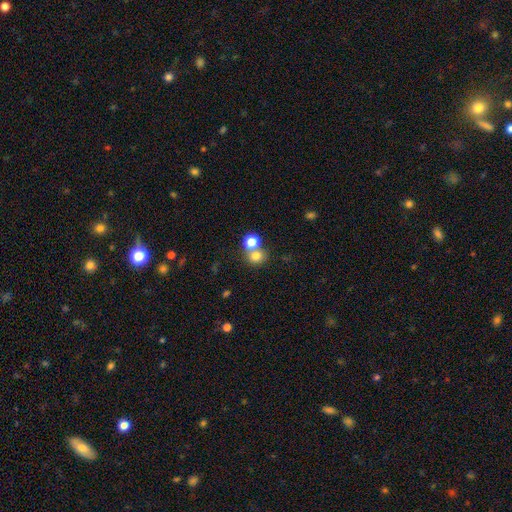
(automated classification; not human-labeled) Smooth or featured? Predicted: smooth (p=0.76). How rounded? Predicted: round (p=0.79). Merging? Predicted: none (p=0.48).